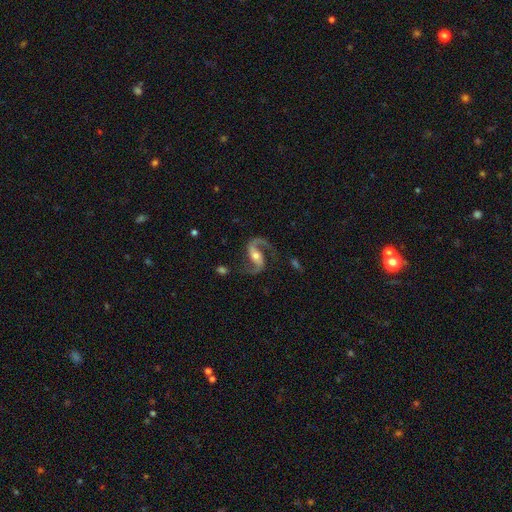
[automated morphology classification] Q: Smooth or featured?
A: featured or disk (92%); runner-up: star or artifact (4%)
Q: Edge-on disk?
A: no (97%); runner-up: yes (3%)
Q: Bar?
A: weak (37%); runner-up: strong (35%)
Q: Spiral arms?
A: yes (98%); runner-up: no (2%)
Q: Spiral winding?
A: loose (51%); runner-up: medium (41%)
Q: Spiral arm count?
A: 2 (93%); runner-up: 1 (3%)
Q: Bulge size?
A: moderate (61%); runner-up: small (30%)
Q: Merging?
A: none (76%); runner-up: minor disturbance (13%)